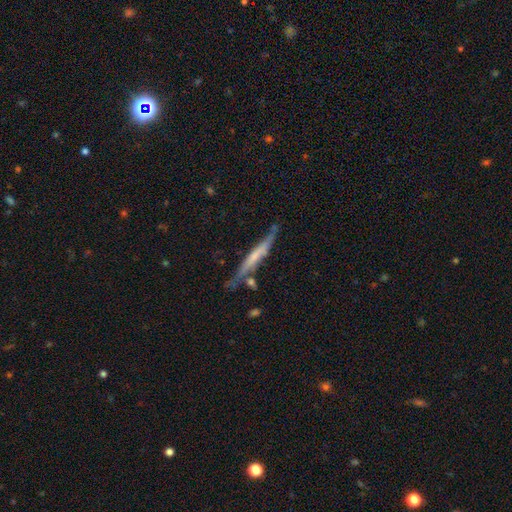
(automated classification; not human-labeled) Overall: featured or disk (57%; smooth 37%). Edge-on disk: yes (92%). Edge-on bulge: none (62%; rounded 25%). Merging: none (70%).